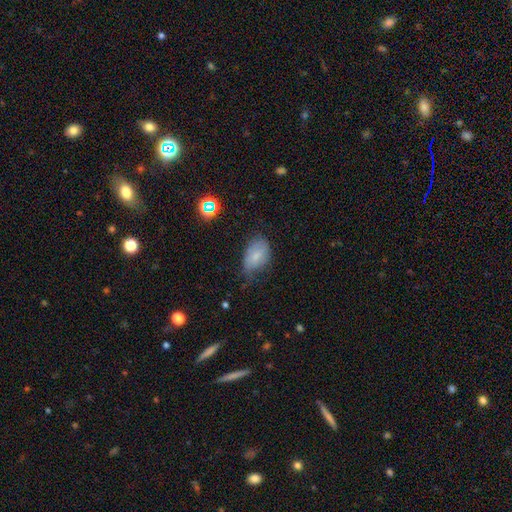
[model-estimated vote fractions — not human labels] A smooth galaxy with no disk features (71%) that is in between round and cigar-shaped (88%). Merging: none (43%).